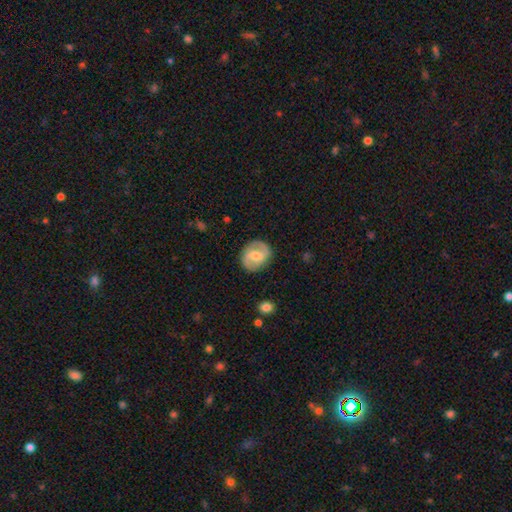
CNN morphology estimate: A featured or disk galaxy (73%) with a weak bar (49%), 2 (89%) medium (49%) spiral arms (92%) and a moderate central bulge (54%). Merging: none (82%).